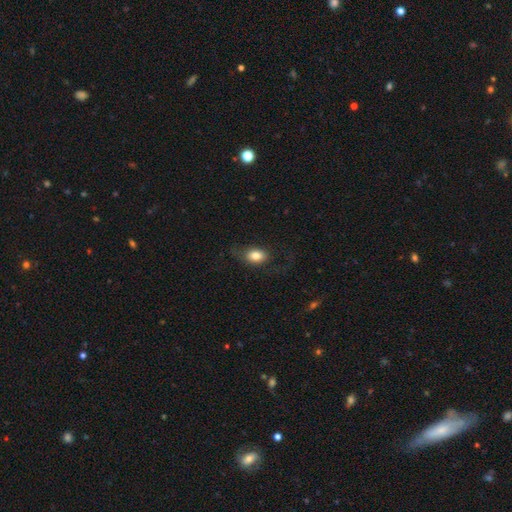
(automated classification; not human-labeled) smooth_or_featured: smooth (p=0.79) [alt: featured or disk p=0.13]
how_rounded: in between (p=0.83) [alt: round p=0.14]
merging: none (p=0.63) [alt: minor disturbance p=0.19]